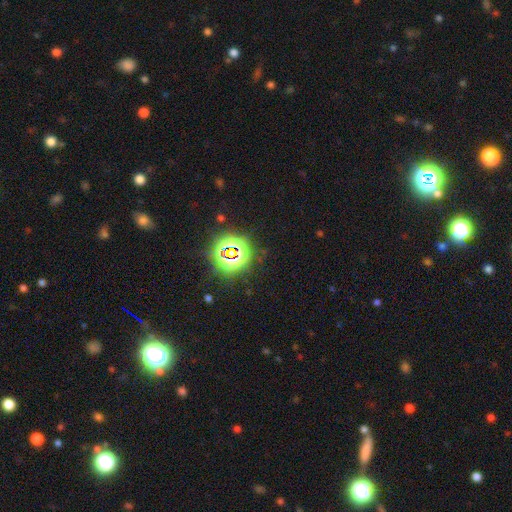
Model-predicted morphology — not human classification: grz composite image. It shows a star or artifact, not a galaxy (80%).